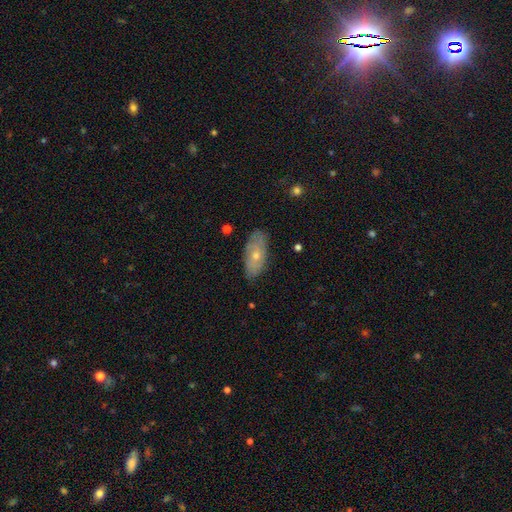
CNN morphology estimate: Overall: featured or disk (47%; smooth 46%). Merging: none (78%).